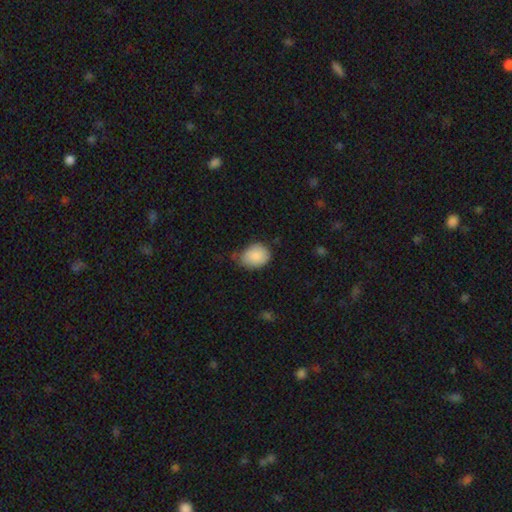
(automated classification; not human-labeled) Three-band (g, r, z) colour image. It shows a smooth galaxy with no disk features (88%) that is in between round and cigar-shaped (58%). Merging: none (57%).